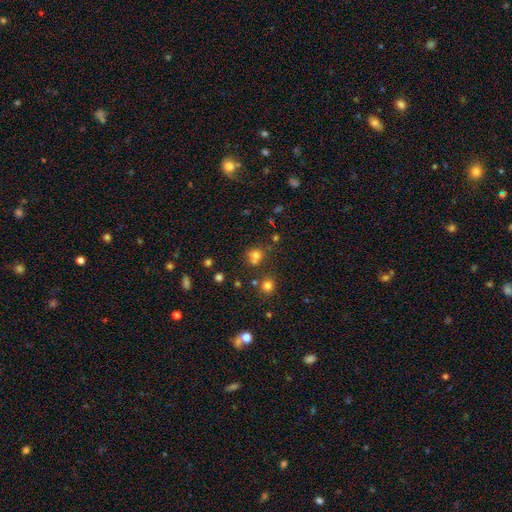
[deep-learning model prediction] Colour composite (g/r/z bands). It shows a smooth galaxy with no disk features (68%) that is round (79%). Merging: none (51%).